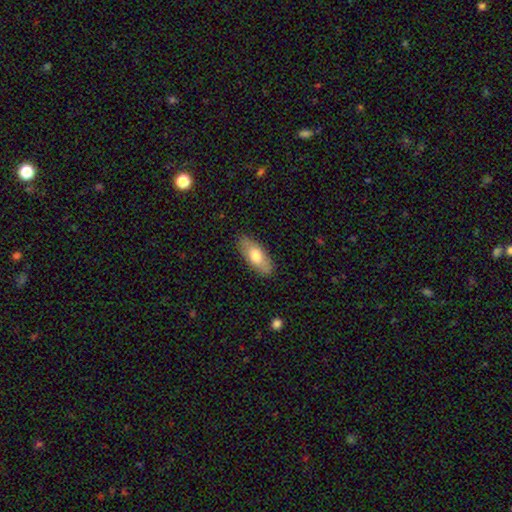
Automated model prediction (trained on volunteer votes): A smooth galaxy with no disk features (69%) that is in between round and cigar-shaped (81%). Merging: none (85%).